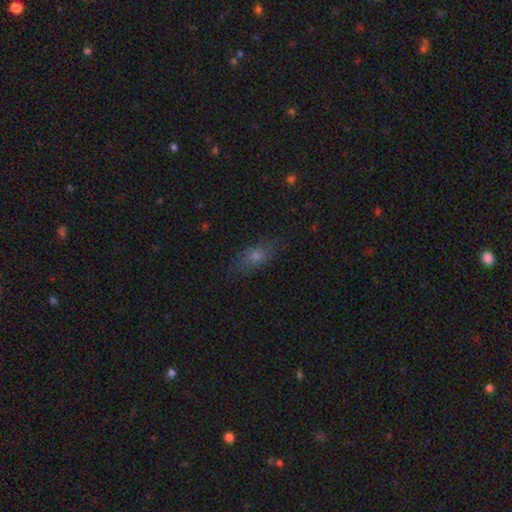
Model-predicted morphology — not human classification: A smooth galaxy with no disk features (62%) that is in between round and cigar-shaped (69%).

Vote fractions:
- Smooth or featured? smooth: 62% / featured or disk: 21% / star or artifact: 17%
- How rounded? in between: 69% / cigar-shaped: 21% / round: 11%
- Merging? none: 79% / minor disturbance: 15% / major disturbance: 4% / merger: 1%